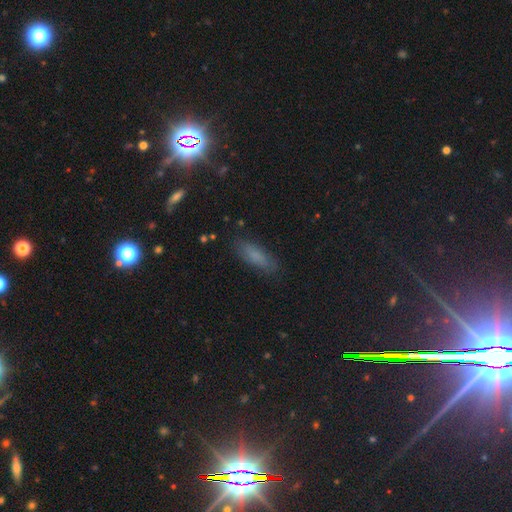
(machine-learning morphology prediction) A smooth galaxy with no disk features (75%) that is in between round and cigar-shaped (53%).

Vote fractions:
- Smooth or featured? smooth: 75% / star or artifact: 13% / featured or disk: 12%
- How rounded? in between: 53% / cigar-shaped: 44% / round: 3%
- Merging? none: 84% / minor disturbance: 12% / major disturbance: 3% / merger: 1%